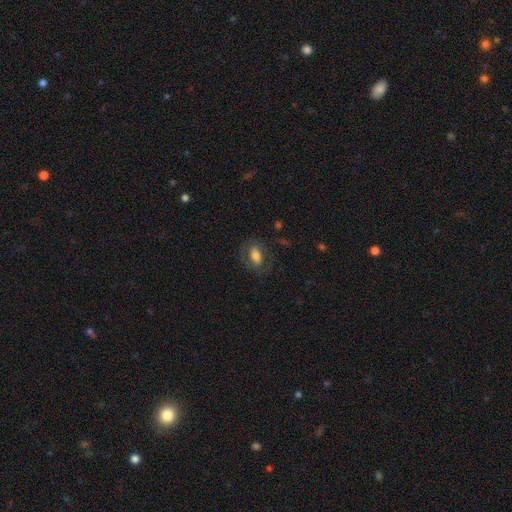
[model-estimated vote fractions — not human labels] This is possibly a smooth galaxy (58%). How rounded: clearly in between (86%). Merging: likely none (69%).